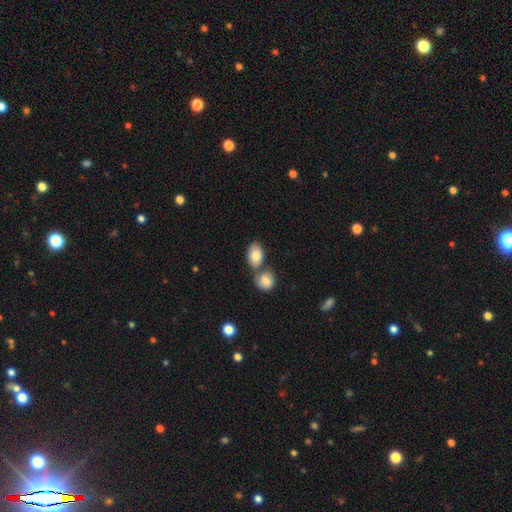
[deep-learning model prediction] smooth 80%, featured or disk 14%, star or artifact 6%. Down the decision tree: how rounded — in between (86%); merging — merger (51%).